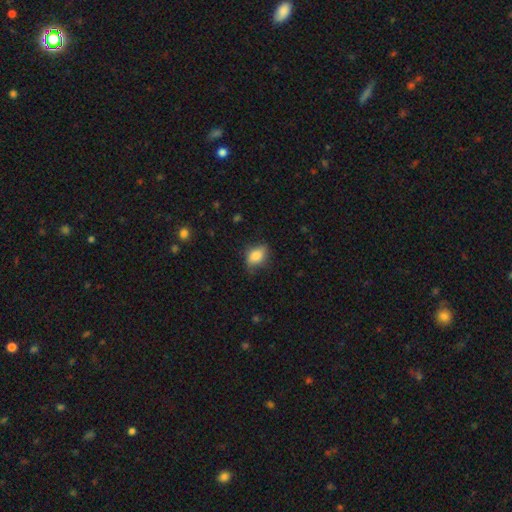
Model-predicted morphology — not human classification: Smooth or featured: smooth — 82% (featured or disk — 10%)
How rounded: in between — 80% (round — 18%)
Merging: none — 62% (minor disturbance — 29%)